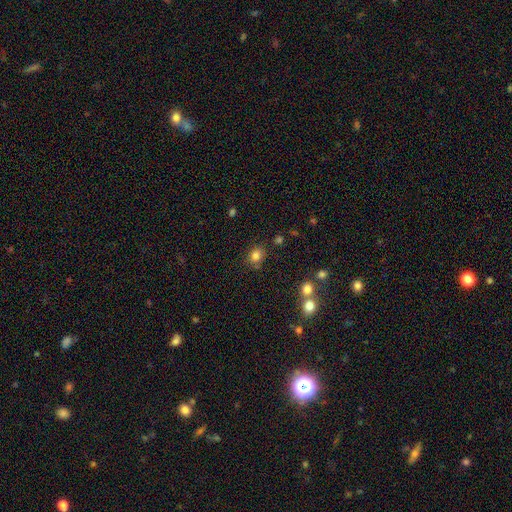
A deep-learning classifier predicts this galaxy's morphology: Smooth or featured? Predicted: smooth (p=0.80). How rounded? Predicted: round (p=0.71). Merging? Predicted: none (p=0.78).